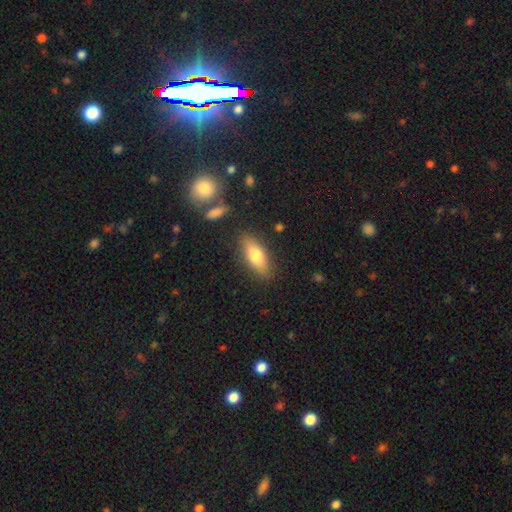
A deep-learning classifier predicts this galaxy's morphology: A smooth galaxy with no disk features (69%) that is in between round and cigar-shaped (65%). Merging: none (84%).